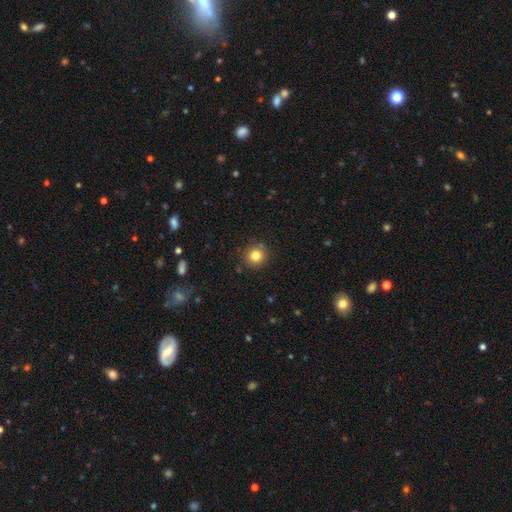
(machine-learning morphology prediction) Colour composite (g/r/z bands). It shows a smooth galaxy with no disk features (81%) that is round (92%). Merging: none (86%).